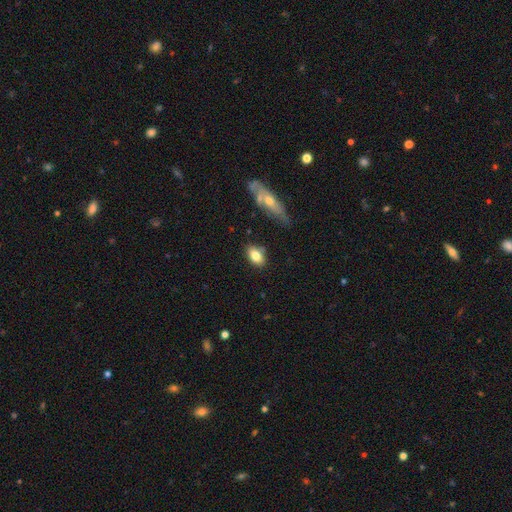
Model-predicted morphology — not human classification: Smooth or featured? Predicted: smooth (p=0.79). How rounded? Predicted: in between (p=0.85). Merging? Predicted: none (p=0.77).